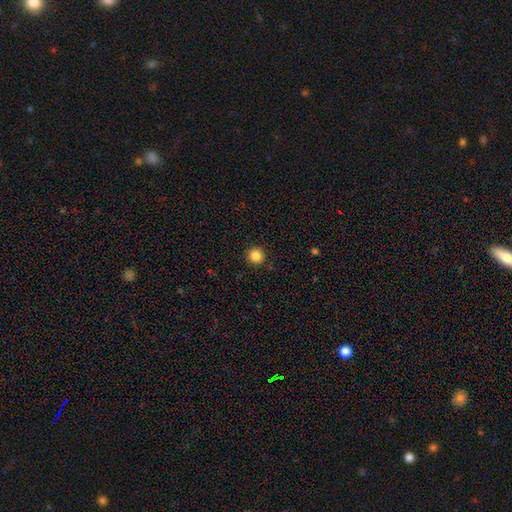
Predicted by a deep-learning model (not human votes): The model was most divided on "smooth or featured": smooth: 85%, star or artifact: 11%, featured or disk: 4%. More confident: how rounded — round (95%); merging — none (92%).